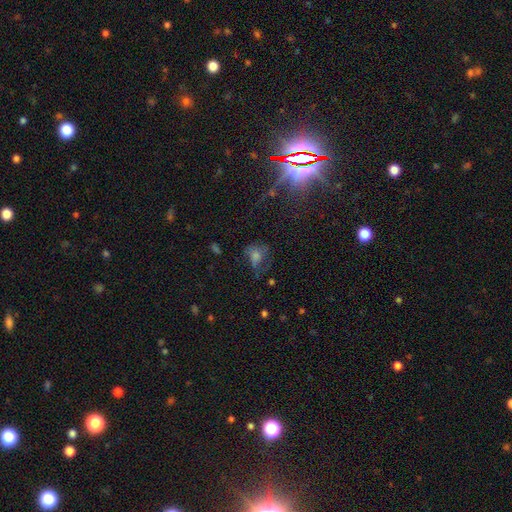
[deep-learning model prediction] Smooth or featured? Predicted: star or artifact (p=0.39).